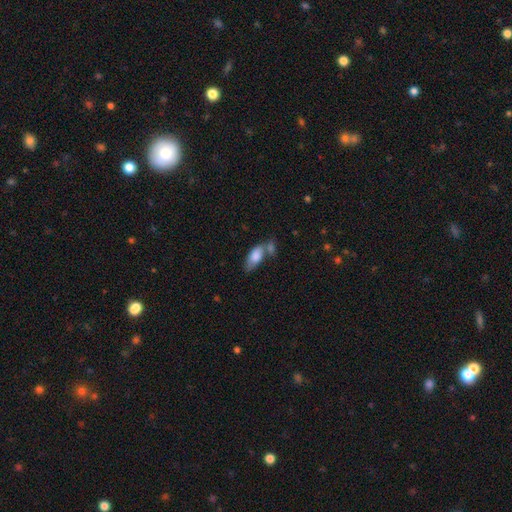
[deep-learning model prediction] Smooth or featured?
  - smooth: 81% *
  - featured or disk: 12%
  - star or artifact: 6%
How rounded?
  - in between: 87% *
  - cigar-shaped: 10%
  - round: 3%
Merging?
  - none: 38% *
  - merger: 36%
  - minor disturbance: 18%
  - major disturbance: 8%